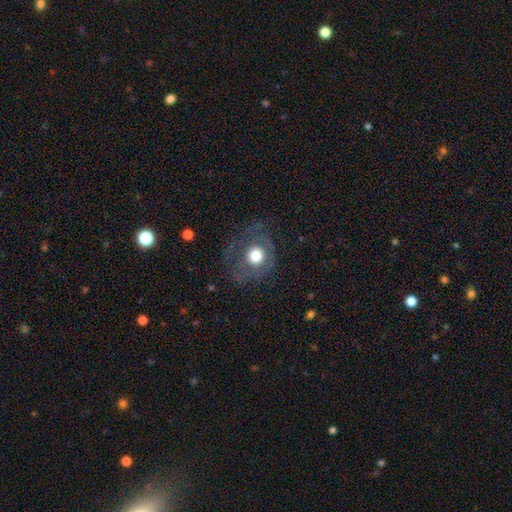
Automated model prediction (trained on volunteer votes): Smooth or featured? smooth (54%)
How rounded? round (79%)
Merging? none (60%)